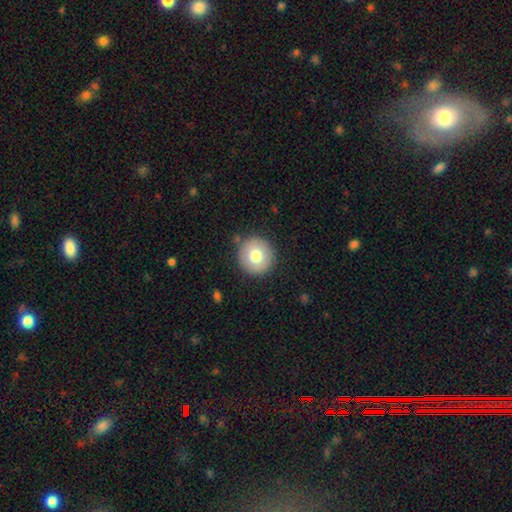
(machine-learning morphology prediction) A smooth galaxy with no disk features (74%) that is round (95%). Merging: none (88%).